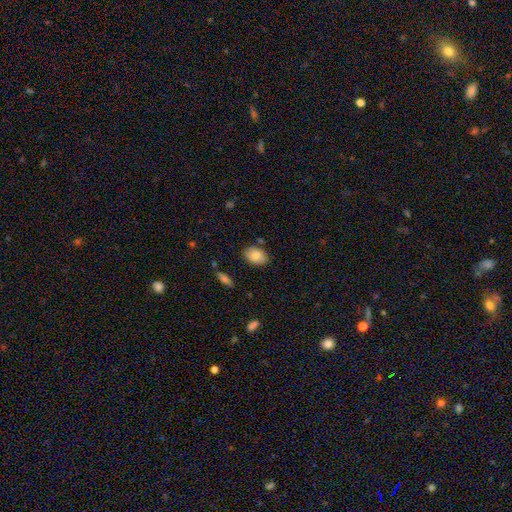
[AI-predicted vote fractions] Smooth or featured? smooth (81%)
How rounded? in between (84%)
Merging? none (79%)